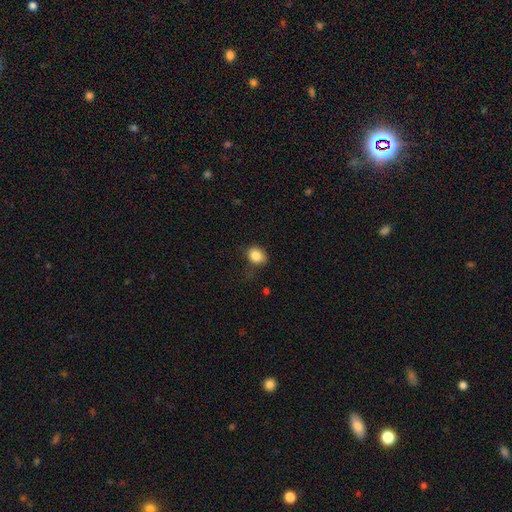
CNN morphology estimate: This appears to be a smooth galaxy with no disk features (85%) that is round (53%). Merging: none (69%).